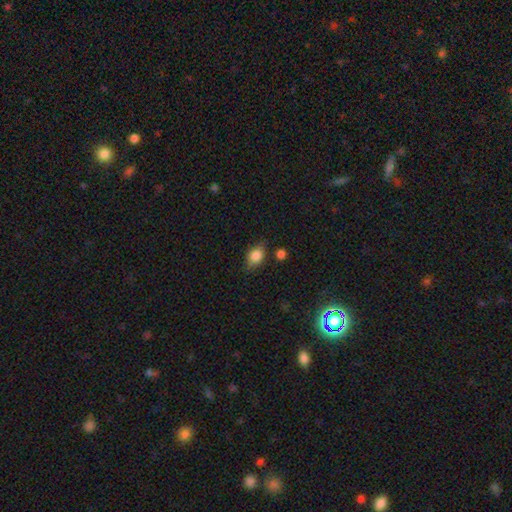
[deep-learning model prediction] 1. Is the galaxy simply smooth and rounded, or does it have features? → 81% smooth, 10% featured or disk, 9% star or artifact.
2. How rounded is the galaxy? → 67% in between, 30% round, 3% cigar-shaped.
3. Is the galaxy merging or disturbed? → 72% none, 21% minor disturbance, 5% major disturbance, 3% merger.